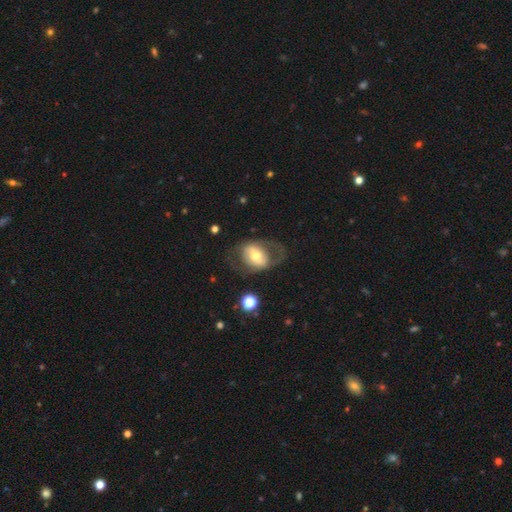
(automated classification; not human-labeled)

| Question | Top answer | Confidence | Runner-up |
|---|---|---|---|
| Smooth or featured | featured or disk | 56% | smooth (38%) |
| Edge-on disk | no | 93% | yes (7%) |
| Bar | no | 39% | weak (32%) |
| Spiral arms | no | 57% | yes (43%) |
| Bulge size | moderate | 64% | small (20%) |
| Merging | none | 55% | major disturbance (23%) |